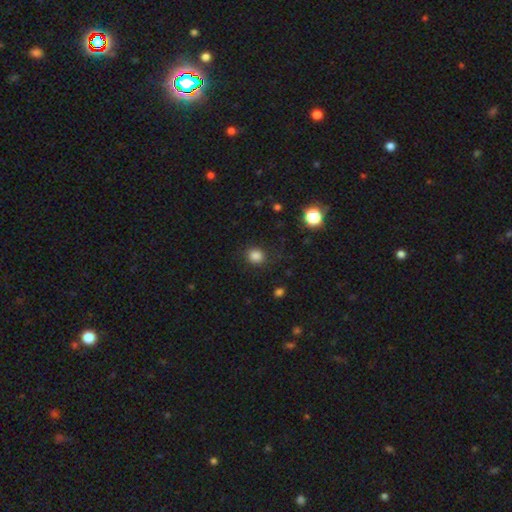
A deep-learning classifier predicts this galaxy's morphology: This is clearly a smooth galaxy (84%). How rounded: likely round (80%). Merging: clearly none (85%).